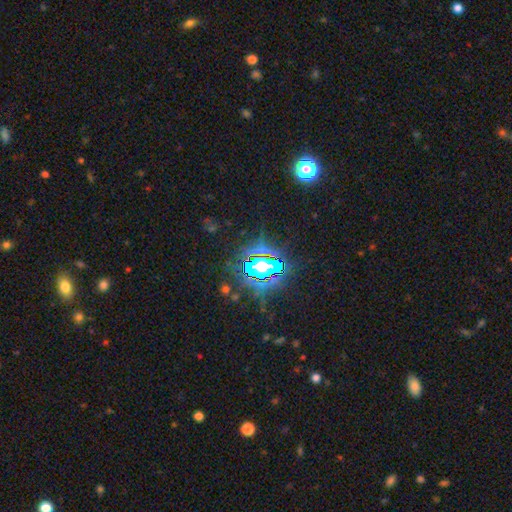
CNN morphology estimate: type=star or artifact (76%).